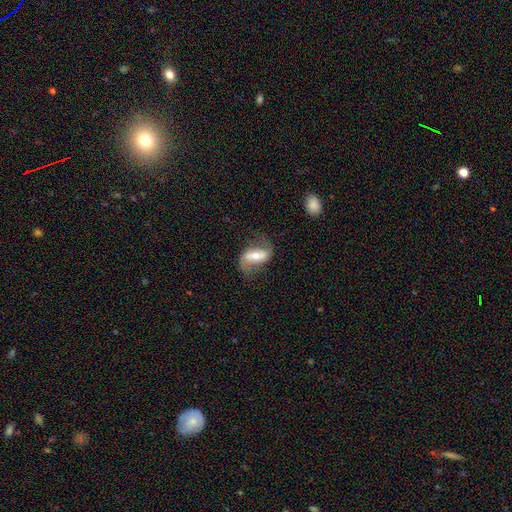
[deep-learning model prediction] A featured or disk galaxy (71%) with a strong bar (50%), 2 (89%) loose (59%) spiral arms (85%) and a moderate central bulge (58%). Merging: none (65%).